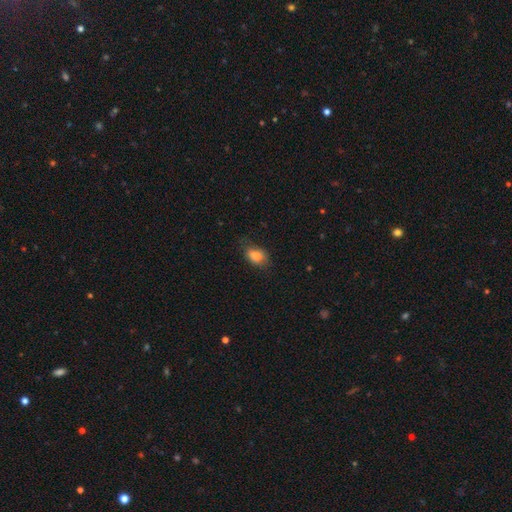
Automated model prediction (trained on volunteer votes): Smooth or featured? smooth (83%)
How rounded? in between (82%)
Merging? none (69%)